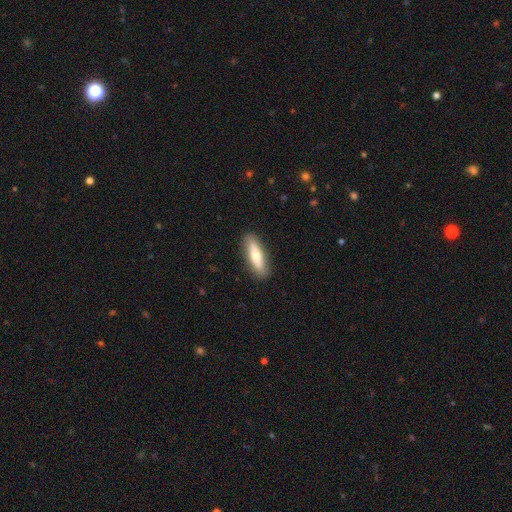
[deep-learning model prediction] The model was most divided on "how rounded": cigar-shaped: 55%, in between: 43%, round: 2%. More confident: merging — none (88%); smooth or featured — smooth (63%).